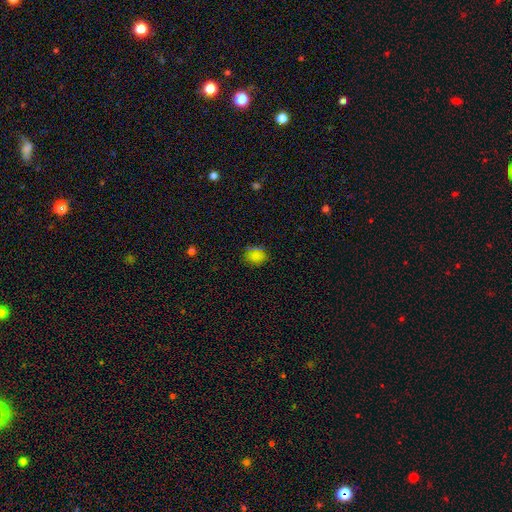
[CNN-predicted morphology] Smooth or featured: smooth — 76% (star or artifact — 18%)
How rounded: round — 68% (in between — 31%)
Merging: none — 78% (minor disturbance — 15%)